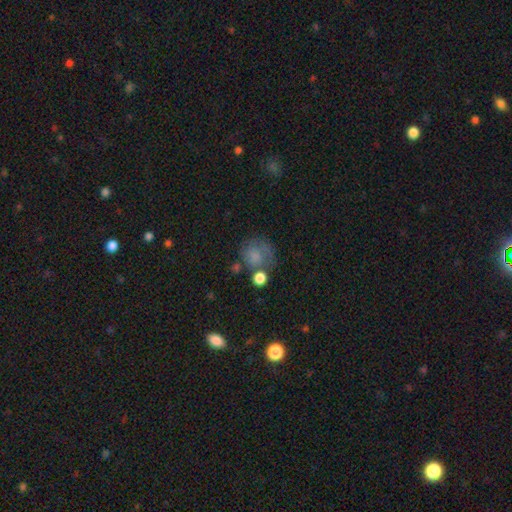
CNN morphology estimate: Q: Smooth or featured?
A: smooth (70%); runner-up: featured or disk (17%)
Q: How rounded?
A: round (78%); runner-up: in between (21%)
Q: Merging?
A: none (46%); runner-up: minor disturbance (22%)